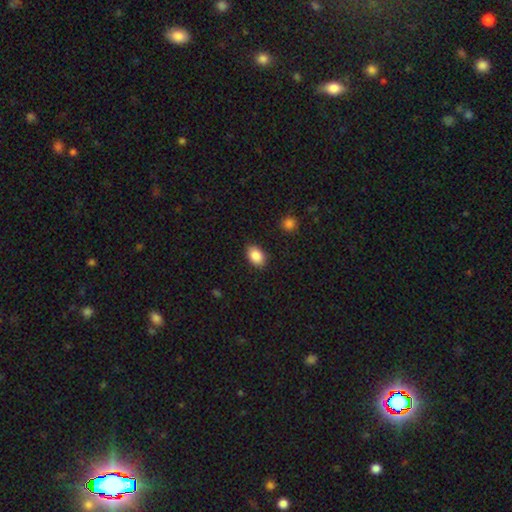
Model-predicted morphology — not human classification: smooth_or_featured: smooth (p=0.87) [alt: star or artifact p=0.08]
how_rounded: in between (p=0.86) [alt: round p=0.13]
merging: none (p=0.86) [alt: minor disturbance p=0.10]